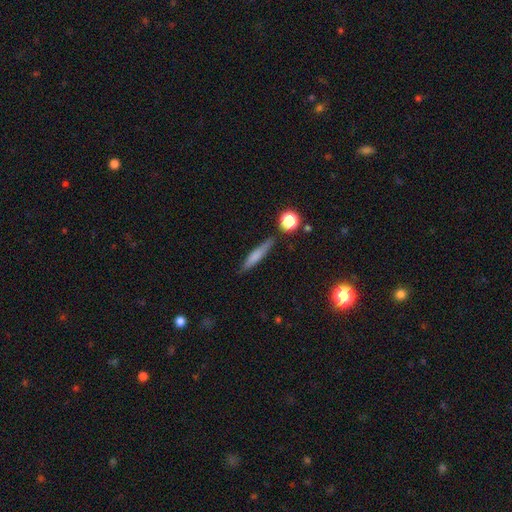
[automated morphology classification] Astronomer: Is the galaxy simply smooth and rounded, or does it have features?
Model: smooth — 65%.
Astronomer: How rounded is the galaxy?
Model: cigar-shaped — 87%.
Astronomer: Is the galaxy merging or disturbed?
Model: none — 80%.